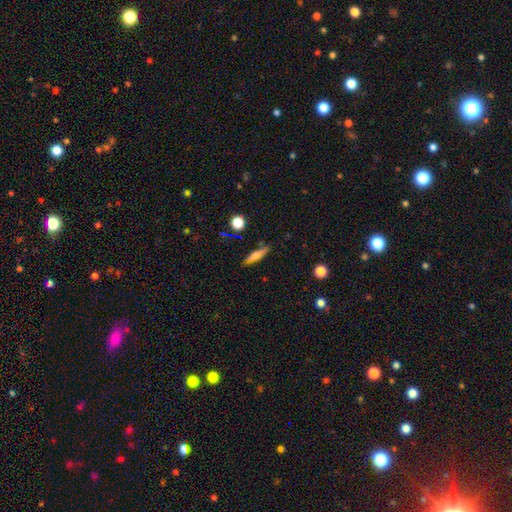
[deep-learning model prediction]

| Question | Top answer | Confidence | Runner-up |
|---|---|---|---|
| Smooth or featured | smooth | 53% | featured or disk (39%) |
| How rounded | cigar-shaped | 79% | in between (18%) |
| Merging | none | 86% | minor disturbance (10%) |